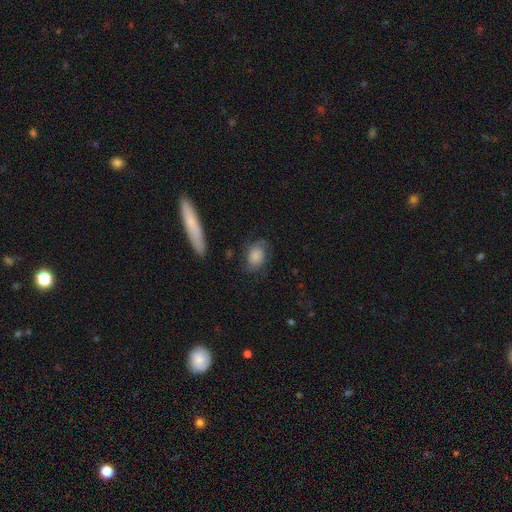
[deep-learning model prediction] A smooth galaxy with no disk features (57%) that is in between round and cigar-shaped (70%). Merging: none (64%).